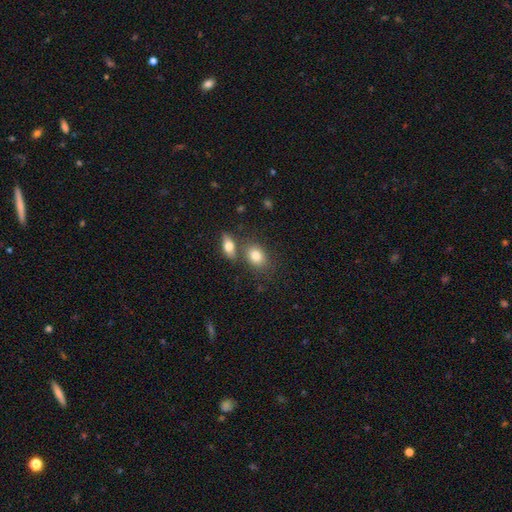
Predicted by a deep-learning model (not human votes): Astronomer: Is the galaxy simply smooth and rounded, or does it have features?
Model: smooth — 81%.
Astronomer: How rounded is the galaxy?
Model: in between — 71%.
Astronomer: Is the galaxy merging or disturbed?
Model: none — 61%.